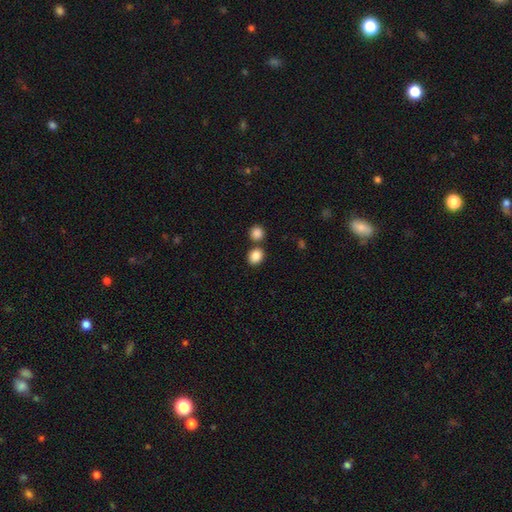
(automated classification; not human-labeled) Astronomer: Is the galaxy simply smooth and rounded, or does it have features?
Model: smooth — 87%.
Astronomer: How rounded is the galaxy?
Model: round — 57% (runner-up: in between, 42%).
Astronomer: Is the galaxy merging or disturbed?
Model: none — 68%.